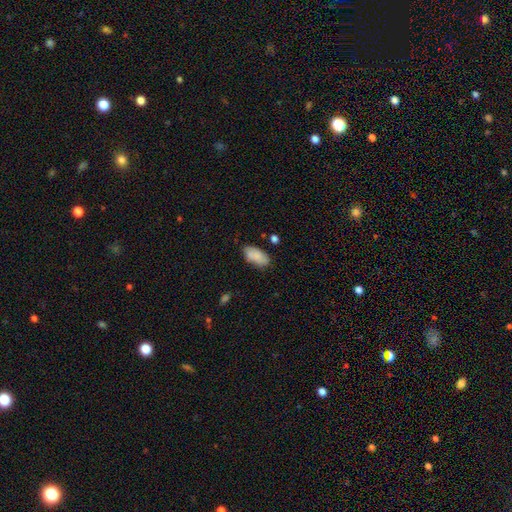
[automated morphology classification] A smooth galaxy with no disk features (85%) that is in between round and cigar-shaped (93%). Merging: none (72%).